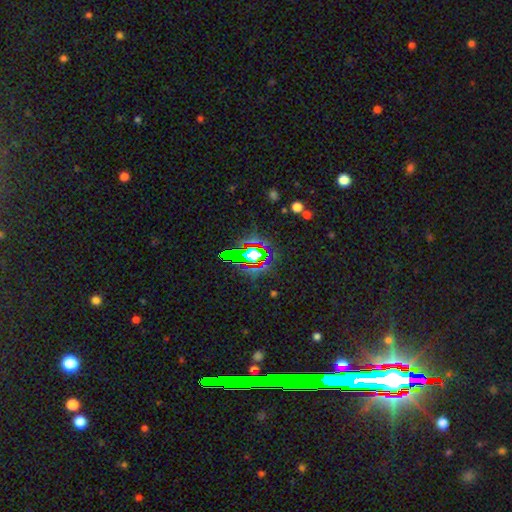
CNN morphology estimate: Smooth or featured? Predicted: star or artifact (p=0.66).